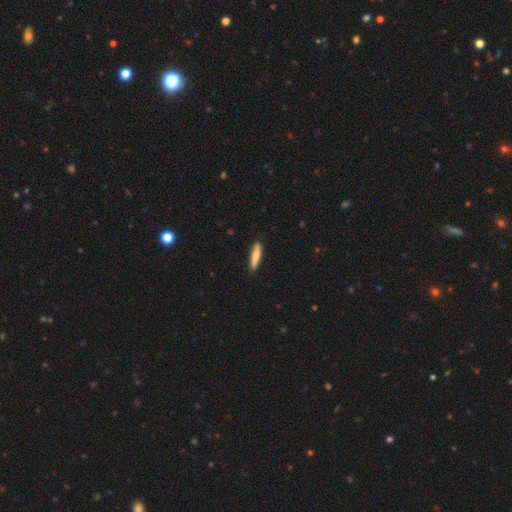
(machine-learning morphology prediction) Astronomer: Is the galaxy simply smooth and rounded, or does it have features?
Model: smooth — 80%.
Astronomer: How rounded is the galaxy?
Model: cigar-shaped — 85%.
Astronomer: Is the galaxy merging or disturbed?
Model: none — 88%.